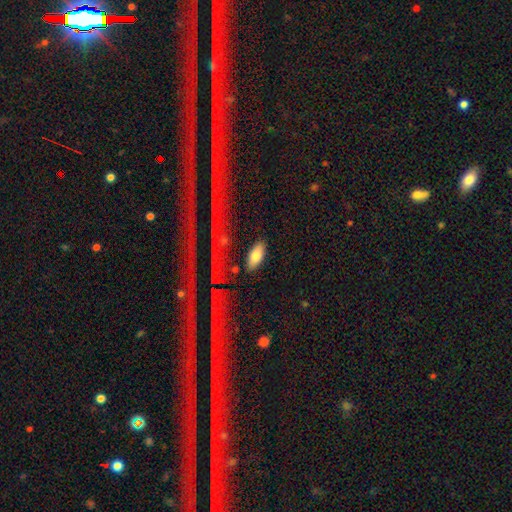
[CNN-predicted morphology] This is likely a smooth galaxy (78%). How rounded: clearly in between (89%). Merging: likely none (78%).